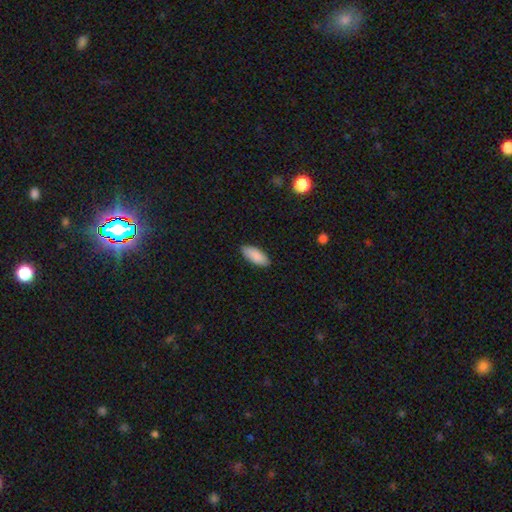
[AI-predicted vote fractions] smooth 90%, star or artifact 6%, featured or disk 5%. Down the decision tree: how rounded — in between (84%); merging — none (88%).